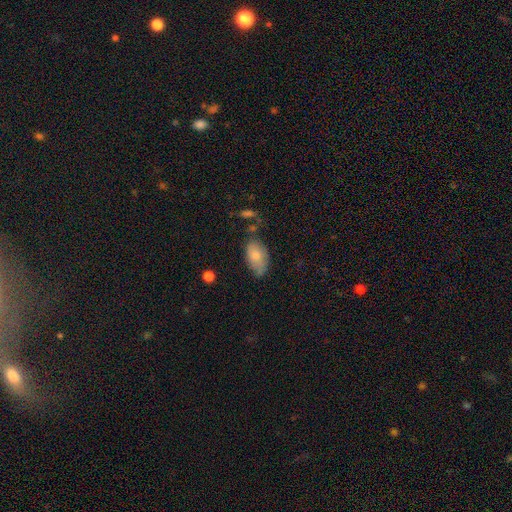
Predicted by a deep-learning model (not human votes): The model was most divided on "merging": none: 55%, minor disturbance: 32%, major disturbance: 9%, merger: 4%. More confident: how rounded — in between (93%); smooth or featured — smooth (76%).